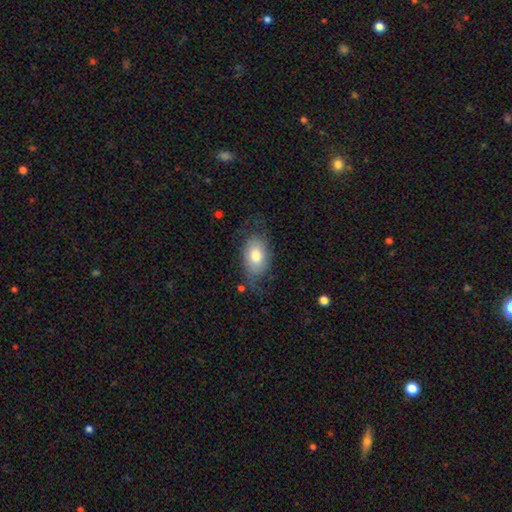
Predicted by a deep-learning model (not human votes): This is likely a smooth galaxy (67%). How rounded: clearly in between (86%). Merging: possibly none (58%).